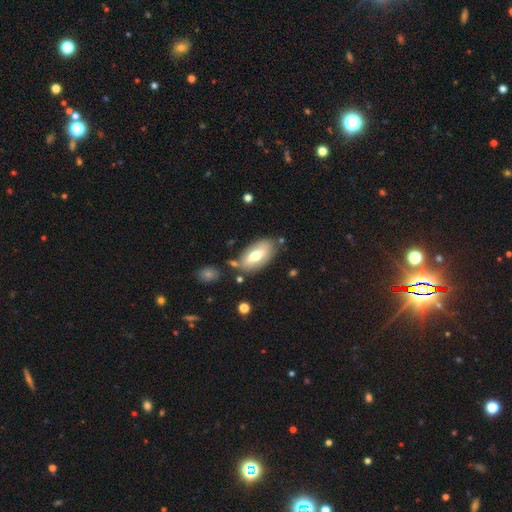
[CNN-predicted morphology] smooth-or-featured: smooth: 58% | featured or disk: 36% | star or artifact: 6%
  how-rounded: in between: 89% | cigar-shaped: 9% | round: 3%
  merging: none: 74% | minor disturbance: 16% | merger: 6% | major disturbance: 5%